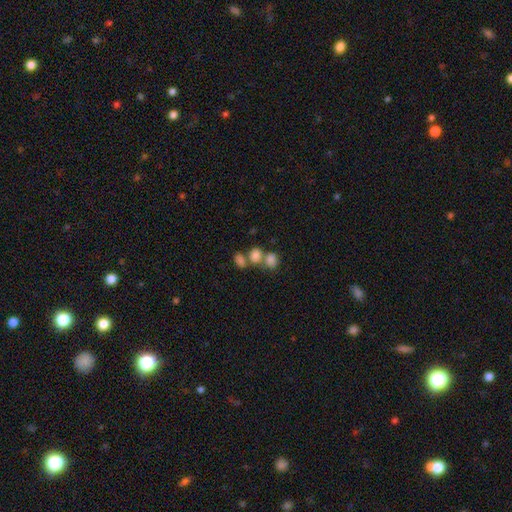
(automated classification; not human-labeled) A smooth galaxy with no disk features (79%) that is in between round and cigar-shaped (55%).

Vote fractions:
- Smooth or featured? smooth: 79% / star or artifact: 11% / featured or disk: 10%
- How rounded? in between: 55% / round: 43% / cigar-shaped: 2%
- Merging? merger: 51% / none: 35% / minor disturbance: 9% / major disturbance: 5%